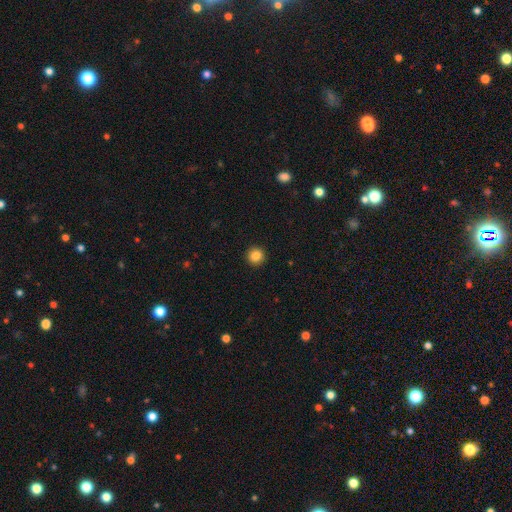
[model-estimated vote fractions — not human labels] Smooth or featured? smooth (86%)
How rounded? round (94%)
Merging? none (93%)